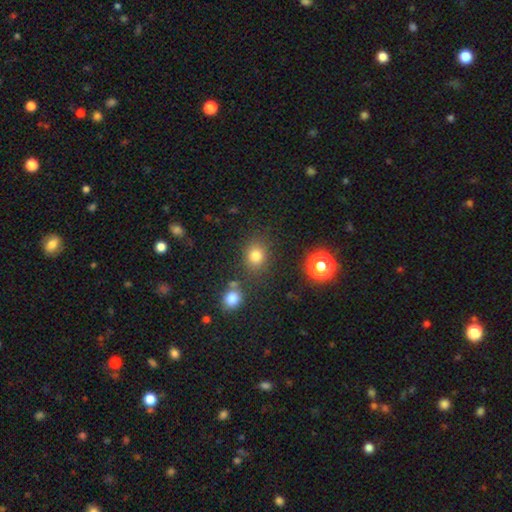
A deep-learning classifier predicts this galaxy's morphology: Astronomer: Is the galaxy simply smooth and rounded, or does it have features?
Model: smooth — 79%.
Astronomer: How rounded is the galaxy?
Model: round — 73%.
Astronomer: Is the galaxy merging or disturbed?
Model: none — 79%.